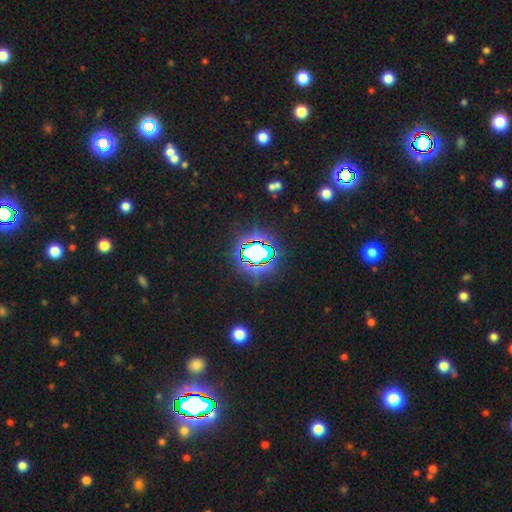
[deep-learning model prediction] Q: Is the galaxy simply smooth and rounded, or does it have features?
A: star or artifact — 72%.